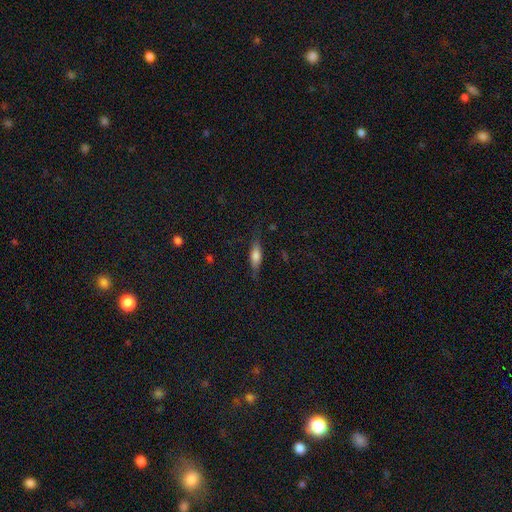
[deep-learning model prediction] Smooth or featured?
  - smooth: 62% *
  - featured or disk: 30%
  - star or artifact: 8%
How rounded?
  - cigar-shaped: 50% *
  - in between: 47%
  - round: 3%
Merging?
  - none: 77% *
  - minor disturbance: 17%
  - major disturbance: 5%
  - merger: 1%